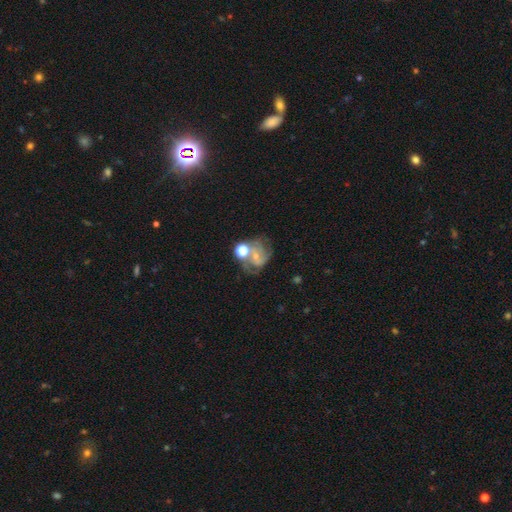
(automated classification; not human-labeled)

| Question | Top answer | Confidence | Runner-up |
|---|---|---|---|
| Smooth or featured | featured or disk | 64% | smooth (24%) |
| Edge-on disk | no | 98% | yes (2%) |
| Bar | no | 58% | weak (33%) |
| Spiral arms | yes | 84% | no (16%) |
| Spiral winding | medium | 48% | tight (31%) |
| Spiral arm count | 2 | 56% | can't tell (20%) |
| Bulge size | small | 55% | moderate (34%) |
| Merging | none | 38% | merger (28%) |